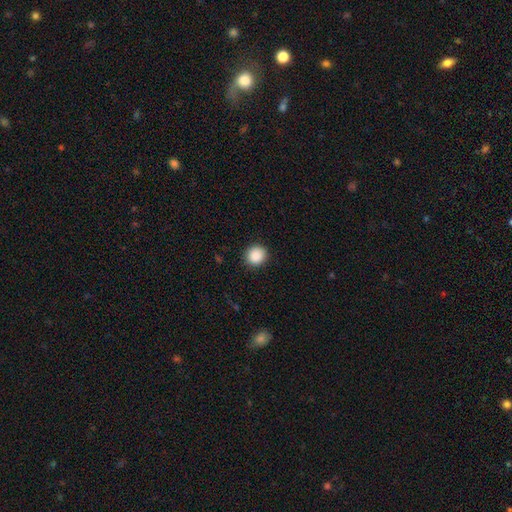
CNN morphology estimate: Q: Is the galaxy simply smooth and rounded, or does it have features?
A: smooth — 89%.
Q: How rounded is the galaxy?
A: round — 89%.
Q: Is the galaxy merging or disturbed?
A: none — 90%.